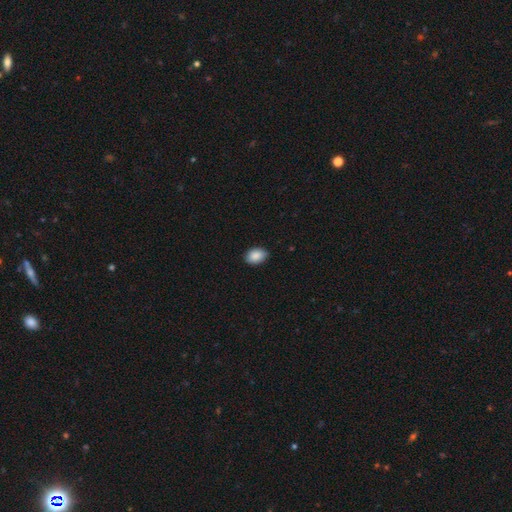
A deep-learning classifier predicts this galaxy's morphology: Q: Smooth or featured?
A: smooth (89%); runner-up: star or artifact (7%)
Q: How rounded?
A: in between (83%); runner-up: round (16%)
Q: Merging?
A: none (86%); runner-up: minor disturbance (11%)